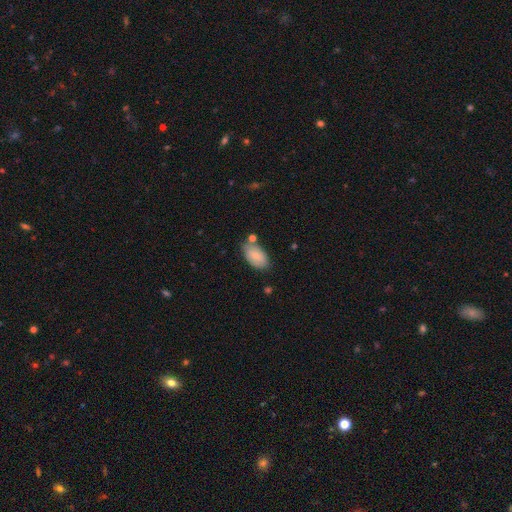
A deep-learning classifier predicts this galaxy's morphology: smooth-or-featured: smooth: 77% | featured or disk: 16% | star or artifact: 7%
  how-rounded: in between: 94% | round: 5% | cigar-shaped: 2%
  merging: none: 70% | minor disturbance: 18% | merger: 8% | major disturbance: 4%